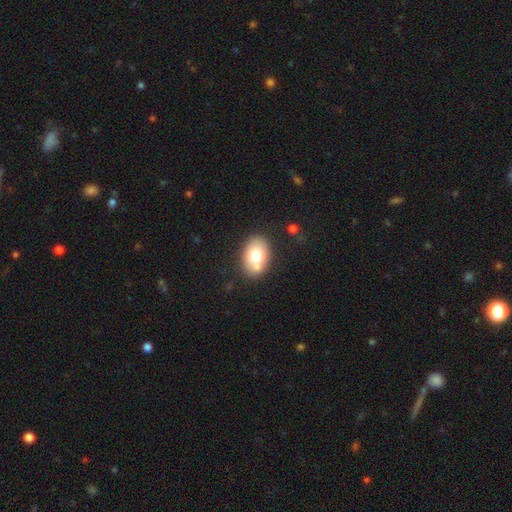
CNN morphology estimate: smooth 72%, featured or disk 20%, star or artifact 8%. Down the decision tree: how rounded — in between (78%); merging — none (70%).